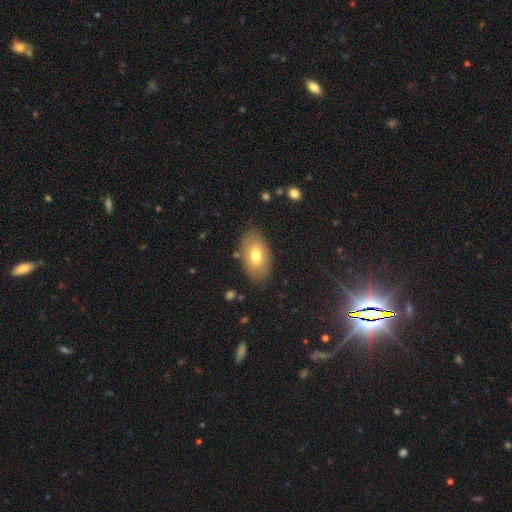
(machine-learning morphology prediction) Smooth or featured?
  - smooth: 69% *
  - featured or disk: 24%
  - star or artifact: 7%
How rounded?
  - in between: 93% *
  - round: 5%
  - cigar-shaped: 2%
Merging?
  - none: 82% *
  - minor disturbance: 12%
  - major disturbance: 4%
  - merger: 2%